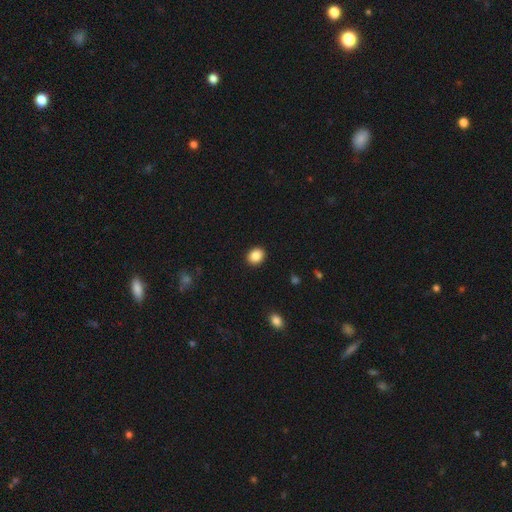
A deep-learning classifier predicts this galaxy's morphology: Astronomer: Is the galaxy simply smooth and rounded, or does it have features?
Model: smooth — 87%.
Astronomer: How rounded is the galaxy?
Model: round — 60% (runner-up: in between, 39%).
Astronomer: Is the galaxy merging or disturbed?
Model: none — 92%.